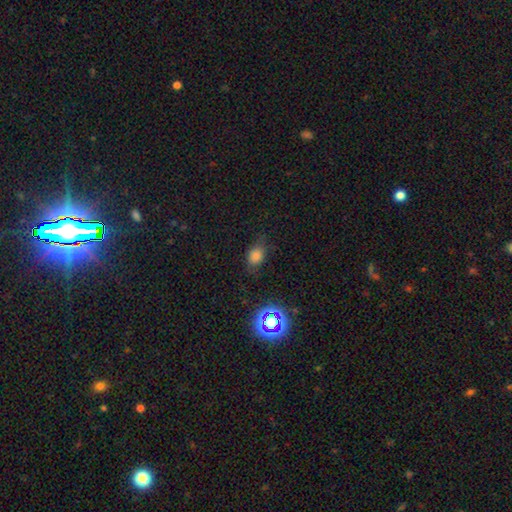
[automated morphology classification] A smooth galaxy with no disk features (73%) that is in between round and cigar-shaped (61%). Merging: none (67%).